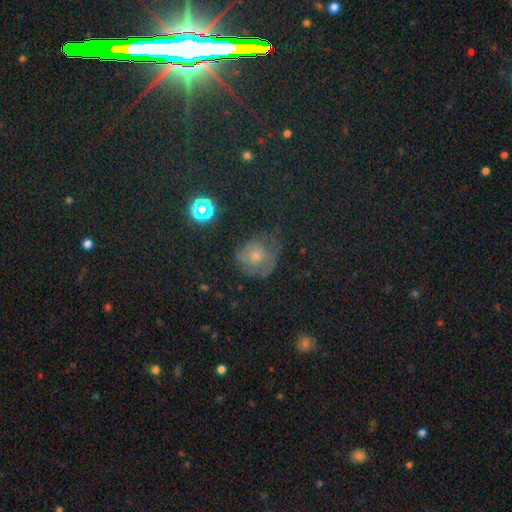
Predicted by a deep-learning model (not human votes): Smooth or featured?
  - smooth: 44% *
  - featured or disk: 34%
  - star or artifact: 22%
Merging?
  - none: 52% *
  - minor disturbance: 25%
  - major disturbance: 21%
  - merger: 2%